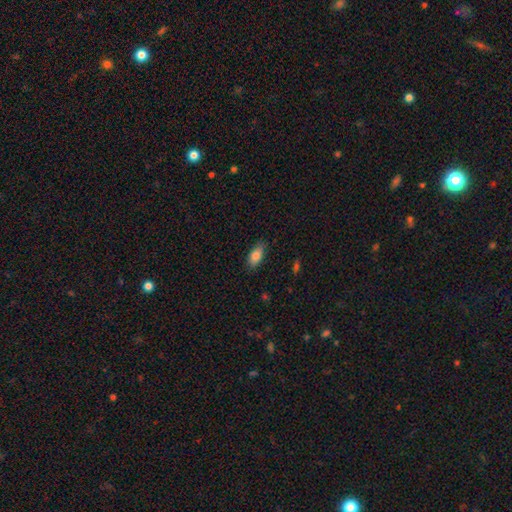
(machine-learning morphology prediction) Smooth or featured? smooth (83%)
How rounded? in between (87%)
Merging? none (81%)